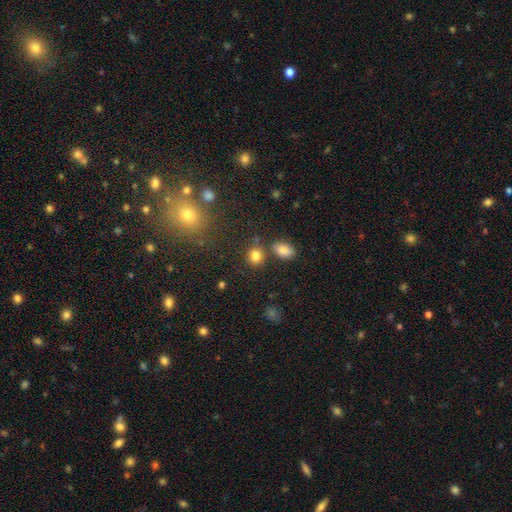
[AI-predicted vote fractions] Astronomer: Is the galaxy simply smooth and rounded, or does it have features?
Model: smooth — 82%.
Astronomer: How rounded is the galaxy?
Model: round — 66%.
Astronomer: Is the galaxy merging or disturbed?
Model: none — 73%.